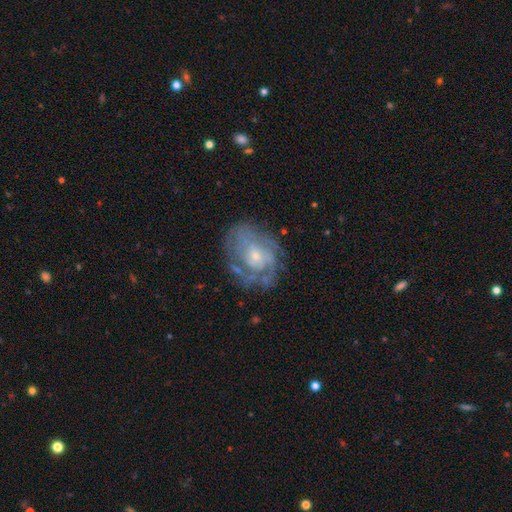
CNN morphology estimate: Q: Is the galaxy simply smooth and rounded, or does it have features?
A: featured or disk — 78%.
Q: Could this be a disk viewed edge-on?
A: no — 97%.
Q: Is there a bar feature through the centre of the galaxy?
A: no — 73%.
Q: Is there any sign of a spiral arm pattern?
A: yes — 83%.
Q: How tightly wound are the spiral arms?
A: tight — 60%.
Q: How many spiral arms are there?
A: can't tell — 50%.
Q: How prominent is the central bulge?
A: small — 63%.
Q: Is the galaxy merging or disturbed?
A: none — 66%.